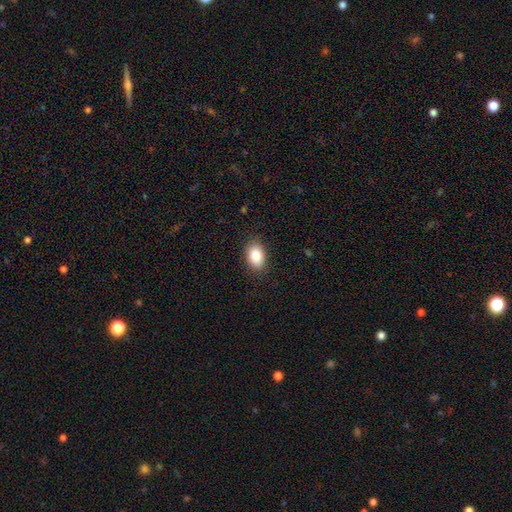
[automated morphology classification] This appears to be a smooth galaxy with no disk features (87%) that is in between round and cigar-shaped (87%). Merging: none (86%).